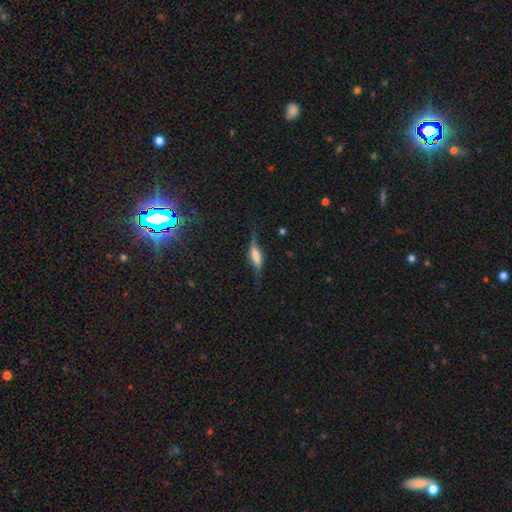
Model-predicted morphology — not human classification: The model was most divided on "smooth or featured": featured or disk: 56%, smooth: 36%, star or artifact: 9%. More confident: edge-on disk — yes (67%); merging — none (55%).